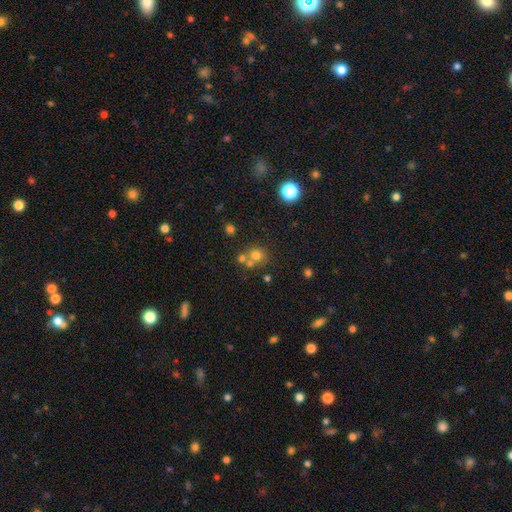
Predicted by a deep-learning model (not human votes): Smooth or featured?
  - smooth: 67% *
  - star or artifact: 18%
  - featured or disk: 15%
How rounded?
  - round: 85% *
  - in between: 14%
  - cigar-shaped: 1%
Merging?
  - none: 52% *
  - merger: 36%
  - minor disturbance: 8%
  - major disturbance: 4%